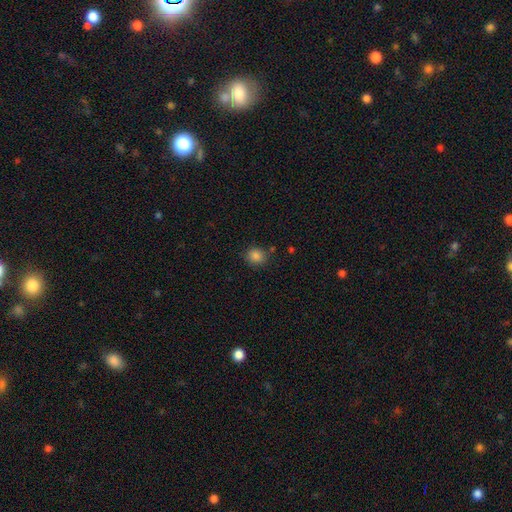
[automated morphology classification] Smooth or featured: smooth — 85% (star or artifact — 11%)
How rounded: round — 75% (in between — 24%)
Merging: none — 83% (minor disturbance — 11%)